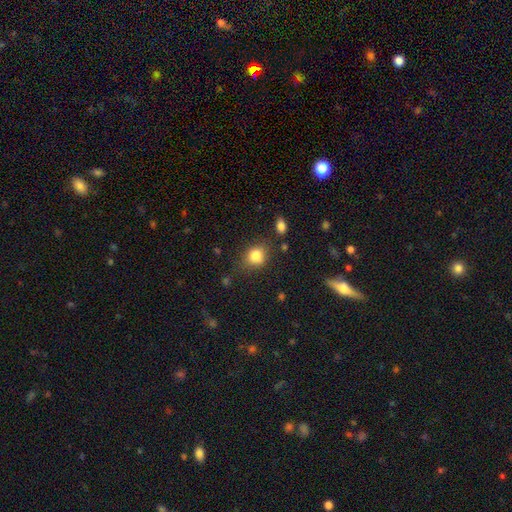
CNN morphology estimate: A smooth galaxy with no disk features (82%) that is round (63%). Merging: none (72%).